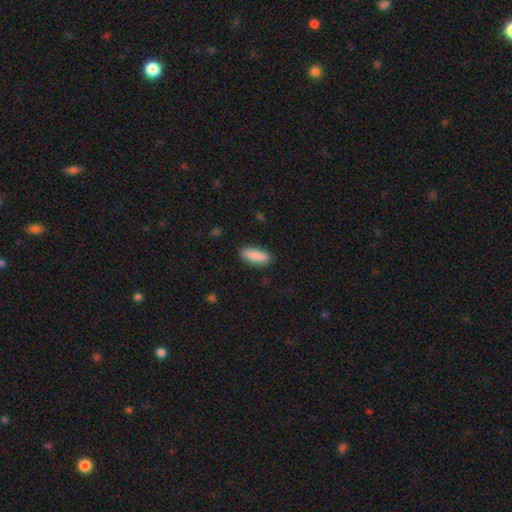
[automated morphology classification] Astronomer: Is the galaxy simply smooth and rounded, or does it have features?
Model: smooth — 87%.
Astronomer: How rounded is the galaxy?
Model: in between — 62%.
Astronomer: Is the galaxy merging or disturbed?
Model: none — 87%.